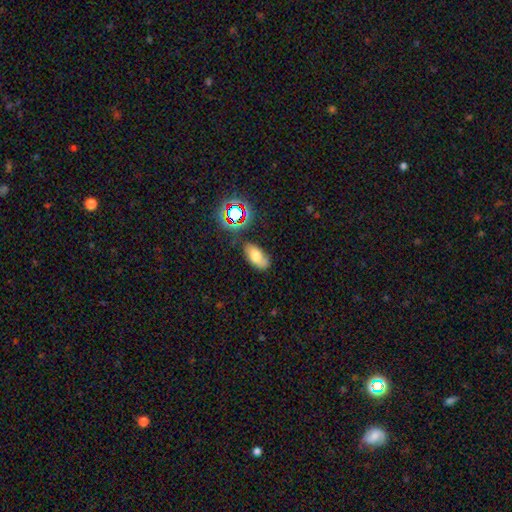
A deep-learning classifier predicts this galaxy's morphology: Smooth or featured? Predicted: smooth (p=0.64). How rounded? Predicted: in between (p=0.90). Merging? Predicted: none (p=0.67).